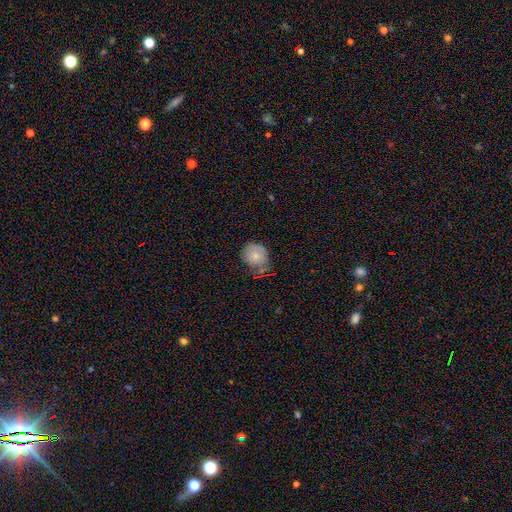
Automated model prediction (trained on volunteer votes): A smooth galaxy with no disk features (71%) that is round (68%). Merging: none (47%).